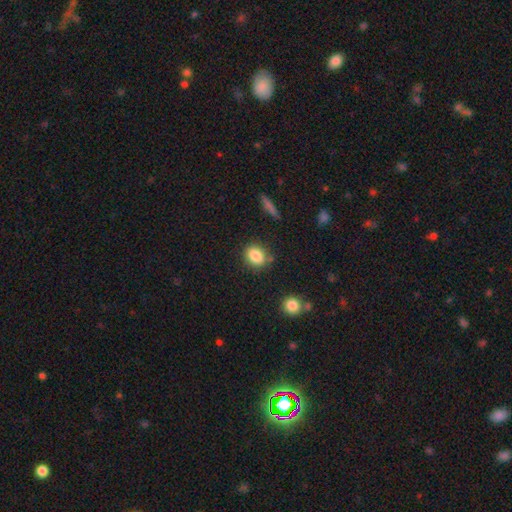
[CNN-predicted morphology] smooth-or-featured: smooth: 85% | star or artifact: 9% | featured or disk: 6%
  how-rounded: in between: 55% | round: 43% | cigar-shaped: 2%
  merging: none: 79% | minor disturbance: 13% | merger: 5% | major disturbance: 3%